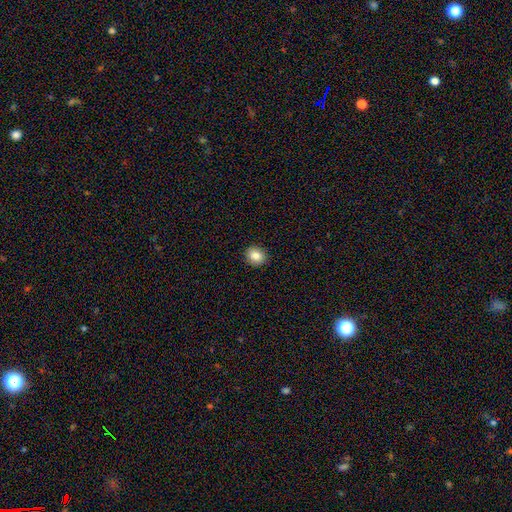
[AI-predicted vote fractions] A smooth galaxy with no disk features (84%) that is round (75%).

Vote fractions:
- Smooth or featured? smooth: 84% / star or artifact: 9% / featured or disk: 6%
- How rounded? round: 75% / in between: 24% / cigar-shaped: 1%
- Merging? none: 91% / minor disturbance: 6% / major disturbance: 2% / merger: 1%